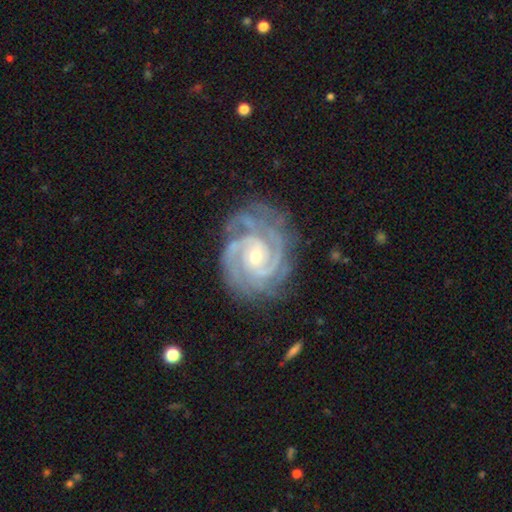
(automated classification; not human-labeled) Smooth or featured? featured or disk (93%)
Edge-on disk? no (98%)
Bar? no (57%)
Spiral arms? yes (99%)
Spiral winding? tight (73%)
Spiral arm count? 3 (33%)
Bulge size? small (57%)
Merging? none (72%)